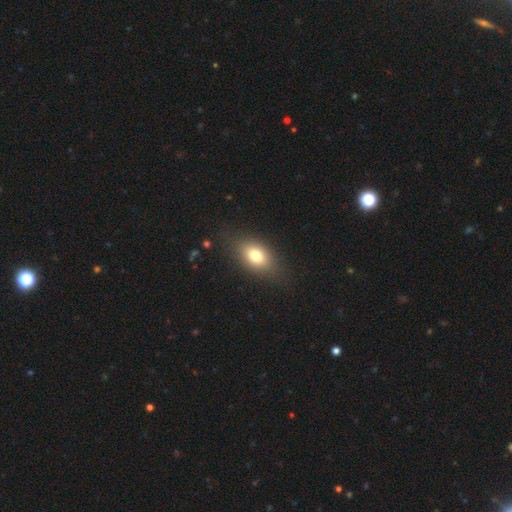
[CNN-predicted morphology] Q: Smooth or featured?
A: smooth (74%); runner-up: featured or disk (16%)
Q: How rounded?
A: in between (80%); runner-up: round (16%)
Q: Merging?
A: none (80%); runner-up: minor disturbance (14%)